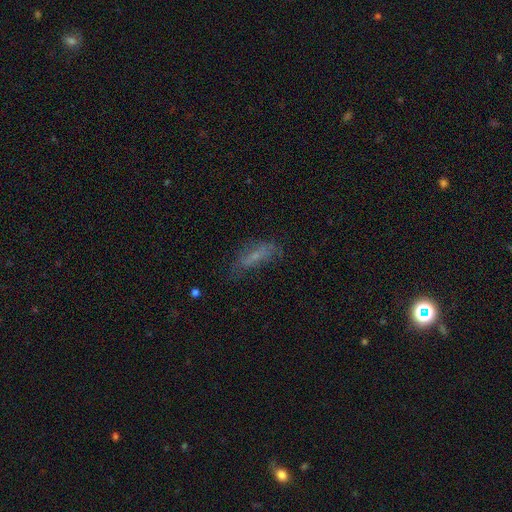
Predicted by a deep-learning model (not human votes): smooth_or_featured: smooth (p=0.56) [alt: featured or disk p=0.30]
how_rounded: in between (p=0.54) [alt: cigar-shaped p=0.43]
merging: none (p=0.53) [alt: minor disturbance p=0.27]